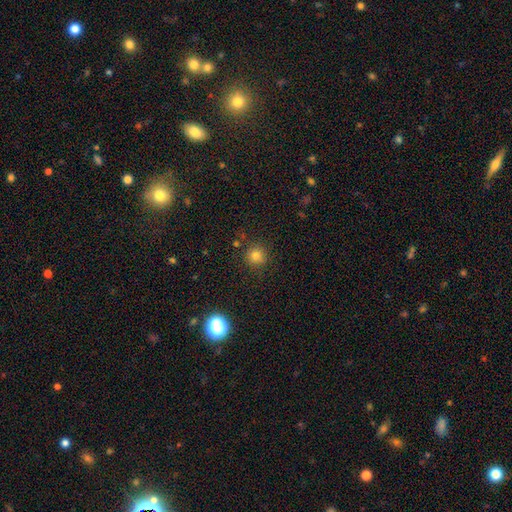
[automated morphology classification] type=smooth (80%); roundness=round (93%); merging=none (86%).